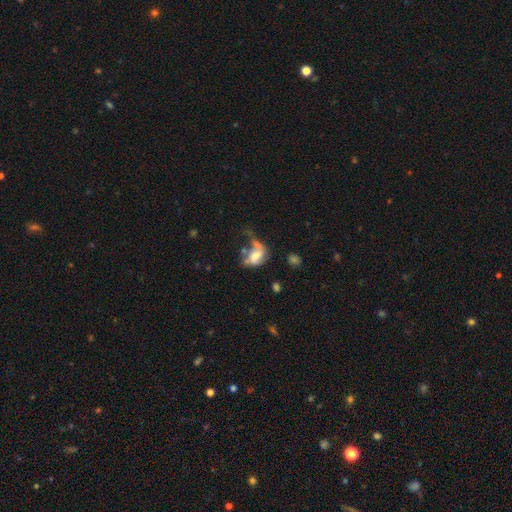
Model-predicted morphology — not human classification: The model was most divided on "smooth or featured": featured or disk: 46%, smooth: 44%, star or artifact: 10%. Remaining: merging — major disturbance (39%).